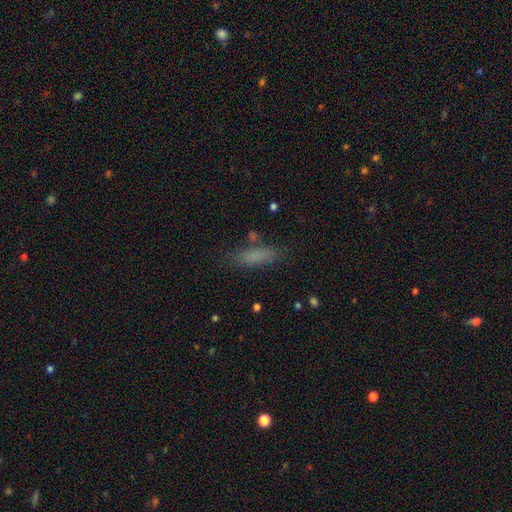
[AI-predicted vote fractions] Smooth or featured? Predicted: smooth (p=0.77). How rounded? Predicted: cigar-shaped (p=0.61). Merging? Predicted: none (p=0.77).